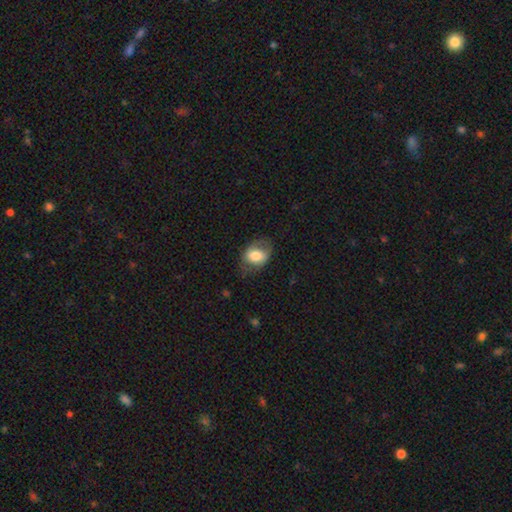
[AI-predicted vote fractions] Morphology: type=smooth (67%); roundness=in between (74%); merging=none (61%).